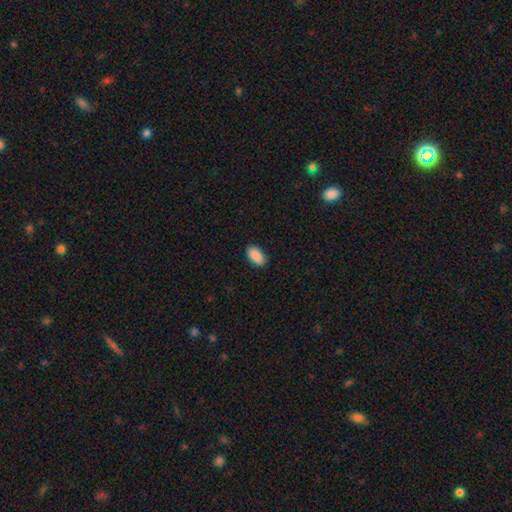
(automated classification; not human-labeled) This is clearly a smooth galaxy (91%). How rounded: clearly in between (94%). Merging: clearly none (87%).